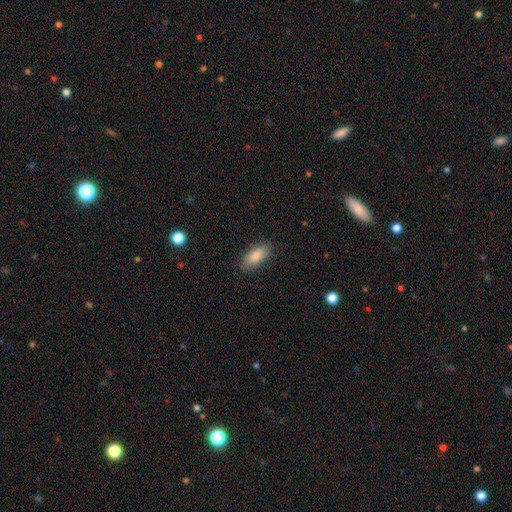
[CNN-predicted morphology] This appears to be a smooth galaxy with no disk features (84%) that is in between round and cigar-shaped (85%). Merging: none (86%).